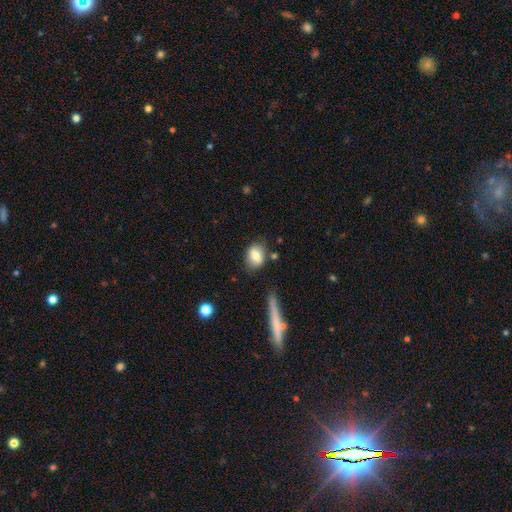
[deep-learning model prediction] smooth_or_featured: smooth (p=0.79) [alt: featured or disk p=0.12]
how_rounded: in between (p=0.65) [alt: round p=0.33]
merging: none (p=0.74) [alt: minor disturbance p=0.16]